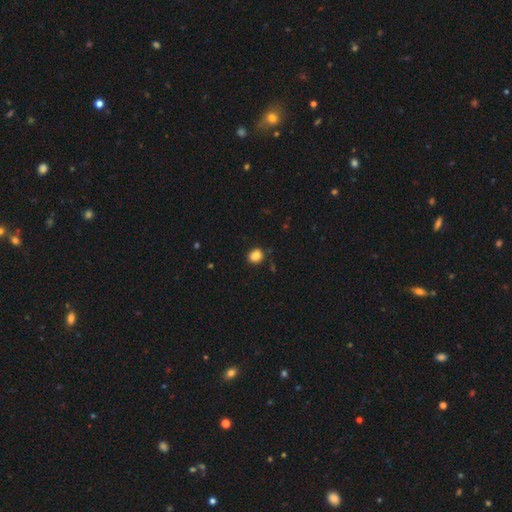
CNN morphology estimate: Q: Smooth or featured?
A: smooth (85%); runner-up: star or artifact (10%)
Q: How rounded?
A: round (66%); runner-up: in between (33%)
Q: Merging?
A: none (85%); runner-up: minor disturbance (11%)